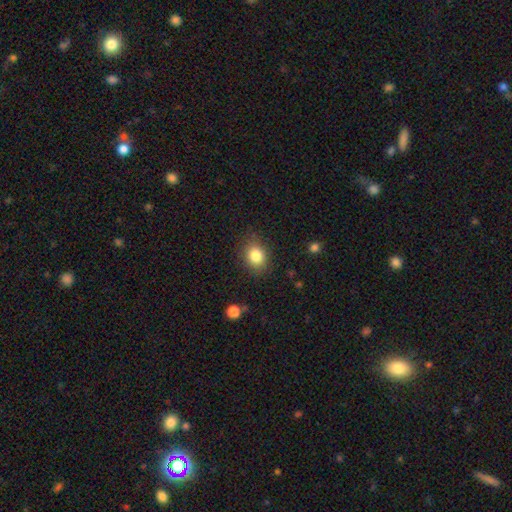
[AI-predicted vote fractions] Smooth or featured? Predicted: smooth (p=0.83). How rounded? Predicted: in between (p=0.53). Merging? Predicted: none (p=0.83).